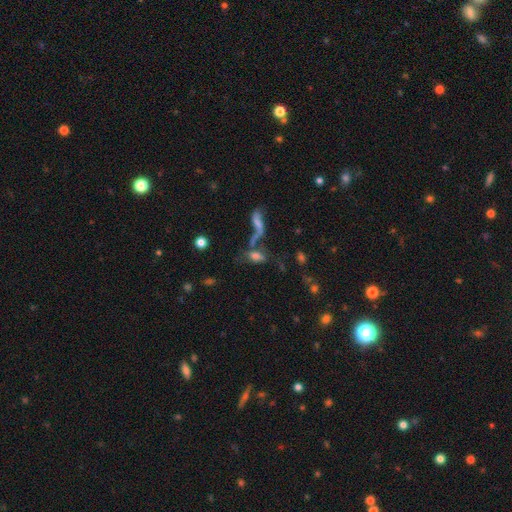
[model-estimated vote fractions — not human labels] Smooth or featured? Predicted: smooth (p=0.58). How rounded? Predicted: in between (p=0.78). Merging? Predicted: merger (p=0.40).